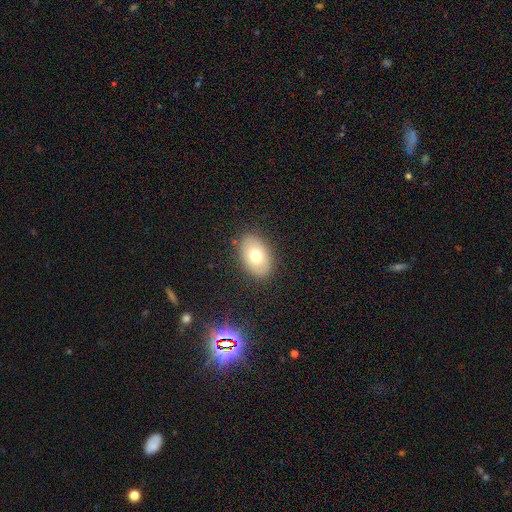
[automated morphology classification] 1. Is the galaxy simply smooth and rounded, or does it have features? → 72% smooth, 19% featured or disk, 8% star or artifact.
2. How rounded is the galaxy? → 88% in between, 11% round, 1% cigar-shaped.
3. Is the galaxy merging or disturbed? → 87% none, 9% minor disturbance, 3% major disturbance, 1% merger.